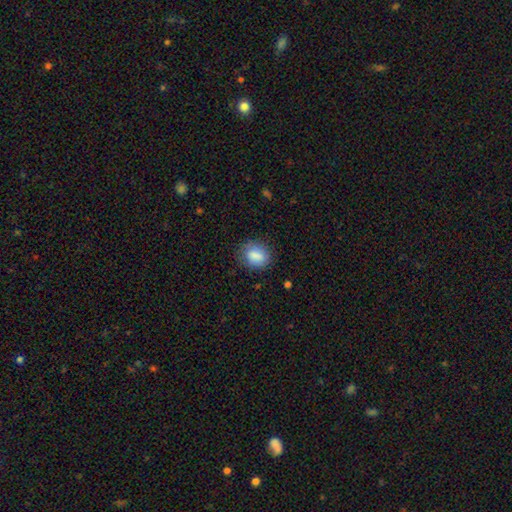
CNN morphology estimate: smooth-or-featured: smooth: 84% | featured or disk: 8% | star or artifact: 8%
  how-rounded: in between: 54% | round: 45% | cigar-shaped: 2%
  merging: none: 76% | minor disturbance: 18% | major disturbance: 5% | merger: 2%